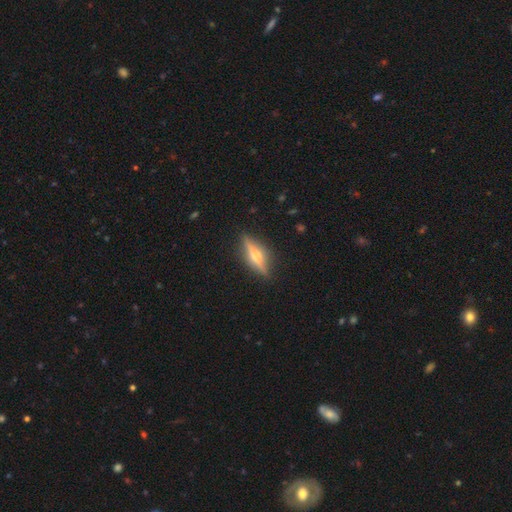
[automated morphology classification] smooth-or-featured: featured or disk: 68% | smooth: 25% | star or artifact: 7%
  disk-edge-on: yes: 94% | no: 6%
    edge-on-bulge: rounded: 91% | boxy: 6% | none: 3%
  merging: none: 87% | minor disturbance: 10% | major disturbance: 3% | merger: 1%